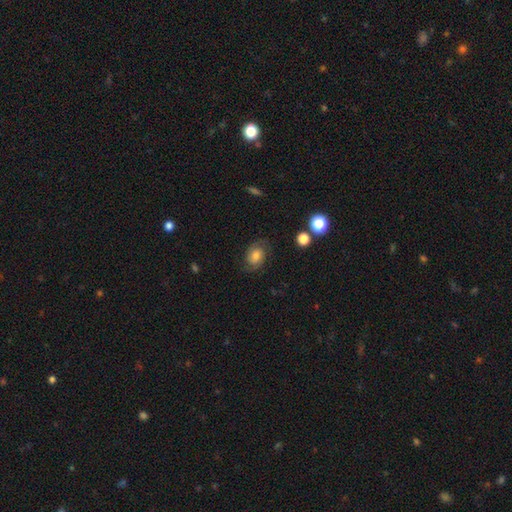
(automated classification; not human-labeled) Smooth or featured: featured or disk — 57% (smooth — 33%)
Edge-on disk: no — 97% (yes — 3%)
Bar: no — 71% (weak — 25%)
Spiral arms: yes — 90% (no — 10%)
Bulge size: moderate — 57% (small — 21%)
Merging: none — 77% (minor disturbance — 15%)